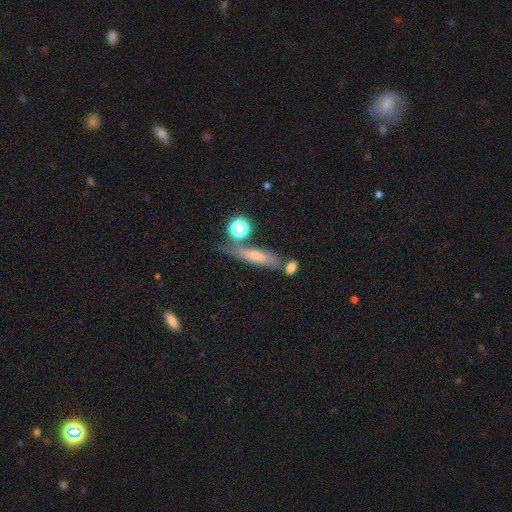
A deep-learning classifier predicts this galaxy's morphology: smooth 62%, featured or disk 28%, star or artifact 10%. Down the decision tree: how rounded — cigar-shaped (65%); merging — none (55%).